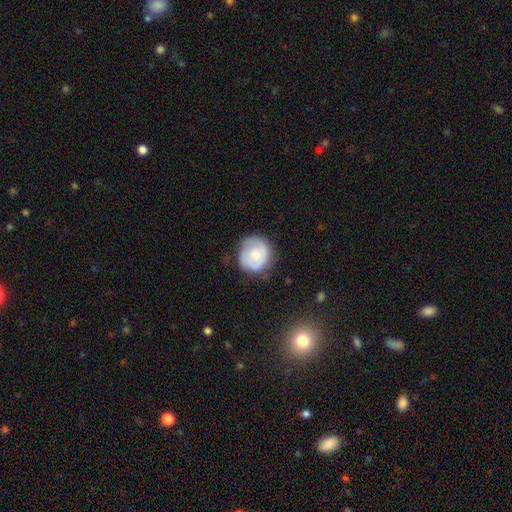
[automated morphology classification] type=smooth (60%); roundness=round (86%); merging=none (60%).